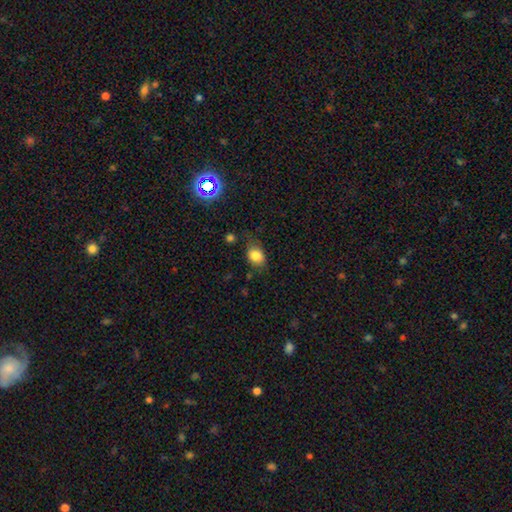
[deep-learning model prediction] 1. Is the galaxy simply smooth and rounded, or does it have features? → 81% smooth, 11% star or artifact, 8% featured or disk.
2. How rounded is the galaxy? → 57% in between, 42% round, 1% cigar-shaped.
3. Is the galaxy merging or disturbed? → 64% none, 25% minor disturbance, 8% major disturbance, 3% merger.